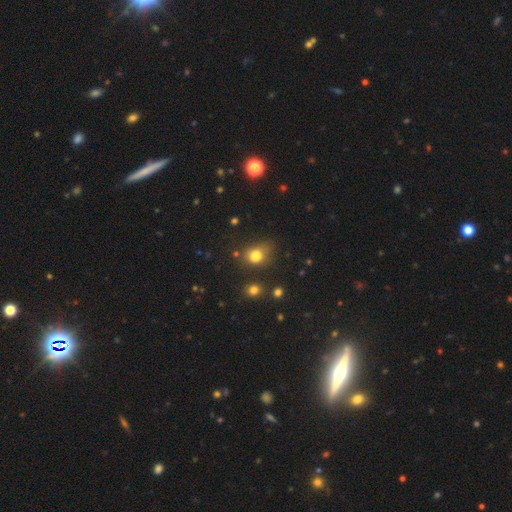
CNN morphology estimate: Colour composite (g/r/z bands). It shows a smooth galaxy with no disk features (78%) that is round (52%). Merging: none (57%).